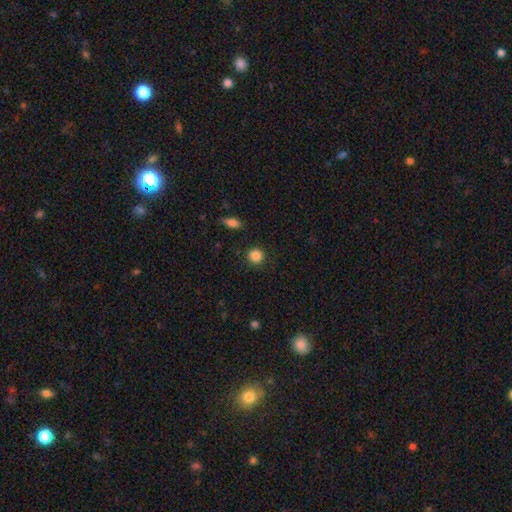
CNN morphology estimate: Smooth or featured: smooth — 87% (star or artifact — 9%)
How rounded: round — 91% (in between — 8%)
Merging: none — 90% (minor disturbance — 7%)